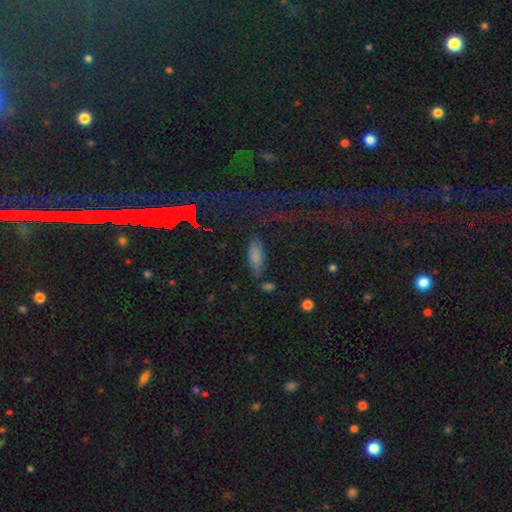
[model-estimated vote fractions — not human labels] The model was most divided on "how rounded": in between: 60%, cigar-shaped: 37%, round: 3%. More confident: smooth or featured — smooth (73%); merging — none (67%).